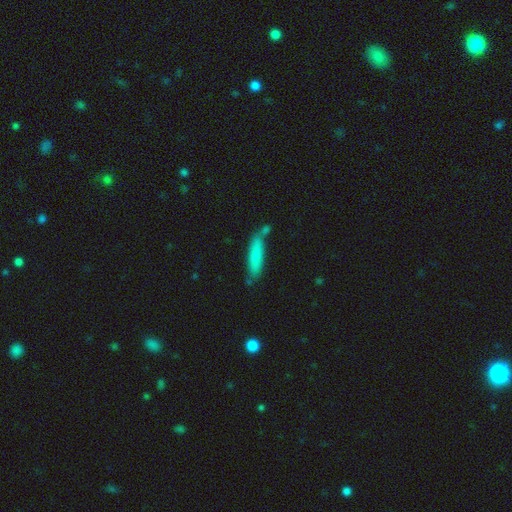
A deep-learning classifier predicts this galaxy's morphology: This appears to be a smooth galaxy with no disk features (78%) that is cigar-shaped (78%). Merging: none (70%).